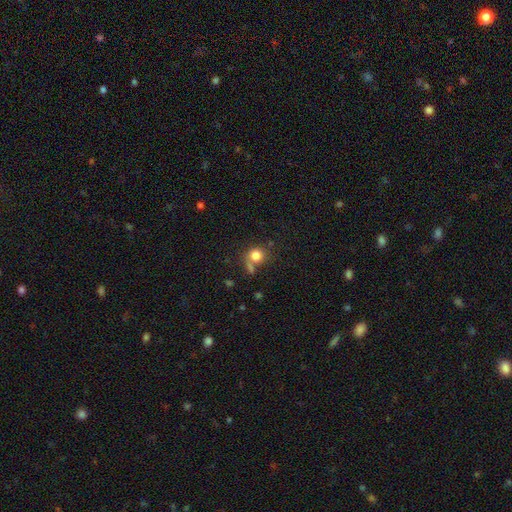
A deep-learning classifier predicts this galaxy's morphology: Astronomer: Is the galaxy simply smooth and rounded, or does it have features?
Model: smooth — 81%.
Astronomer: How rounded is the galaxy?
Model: round — 83%.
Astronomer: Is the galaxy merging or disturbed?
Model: none — 56%.